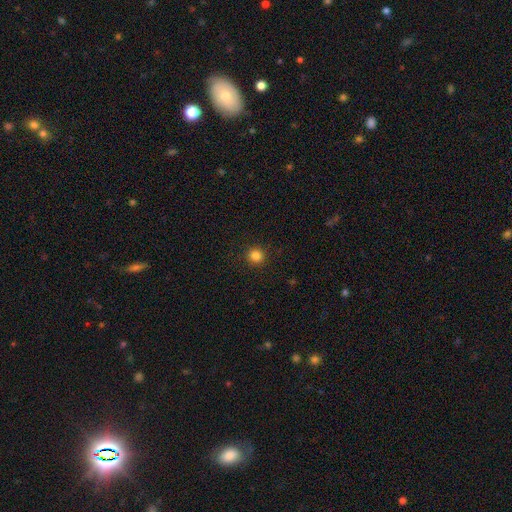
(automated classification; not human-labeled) smooth-or-featured: smooth: 84% | star or artifact: 12% | featured or disk: 4%
  how-rounded: round: 93% | in between: 7% | cigar-shaped: 1%
  merging: none: 92% | minor disturbance: 5% | major disturbance: 2% | merger: 1%